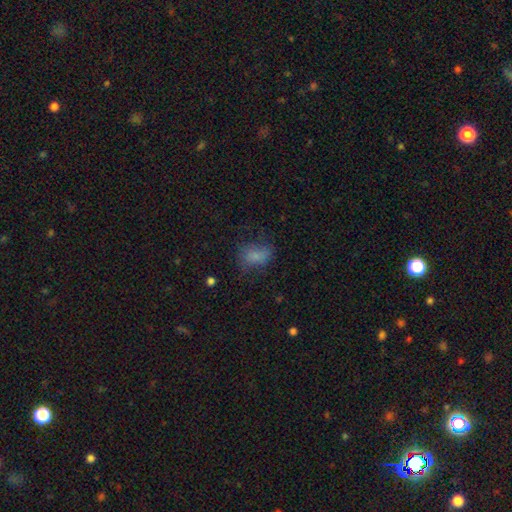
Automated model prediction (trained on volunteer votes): Morphology: type=smooth (73%); roundness=in between (74%); merging=none (51%).